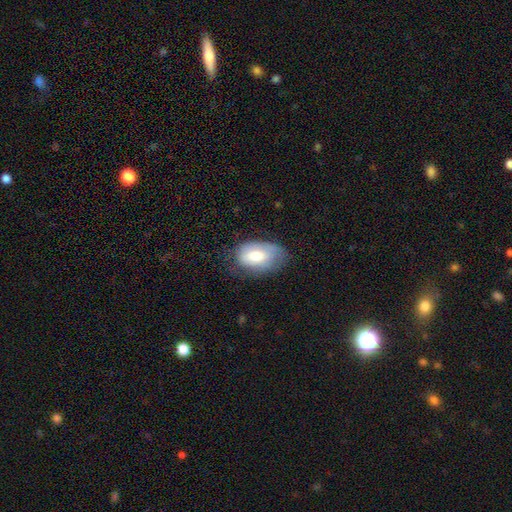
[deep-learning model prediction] Smooth or featured? Predicted: smooth (p=0.71). How rounded? Predicted: in between (p=0.92). Merging? Predicted: none (p=0.55).